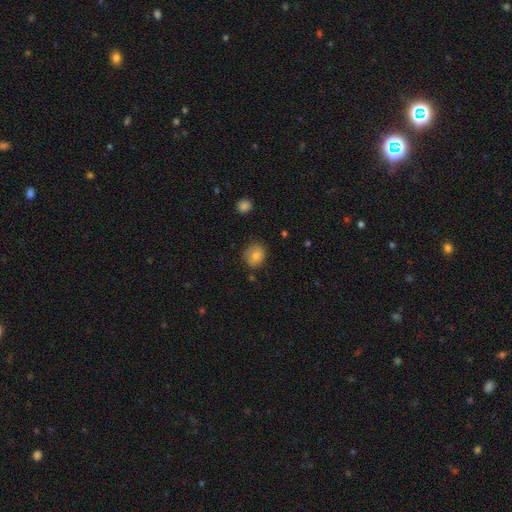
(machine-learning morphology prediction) type=smooth (79%); roundness=round (64%); merging=none (72%).